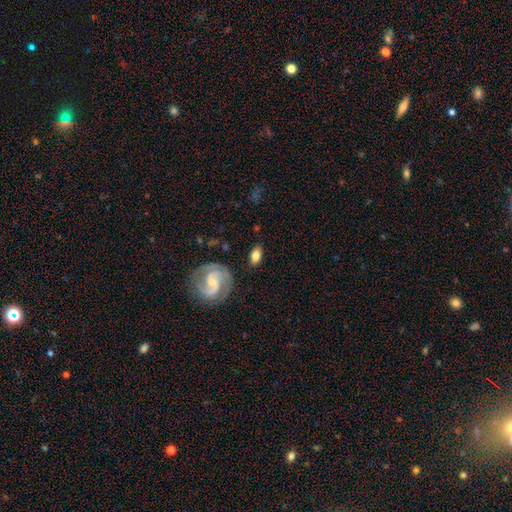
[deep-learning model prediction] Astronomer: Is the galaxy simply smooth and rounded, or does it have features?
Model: smooth — 64%.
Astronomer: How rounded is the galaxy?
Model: in between — 87%.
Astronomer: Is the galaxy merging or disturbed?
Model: none — 82%.